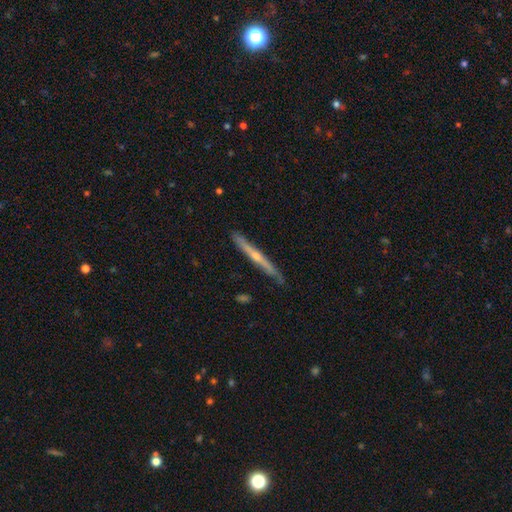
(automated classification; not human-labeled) featured or disk 68%, smooth 26%, star or artifact 6%. Down the decision tree: edge-on disk — yes (96%); edge-on bulge — rounded (67%); merging — none (85%).